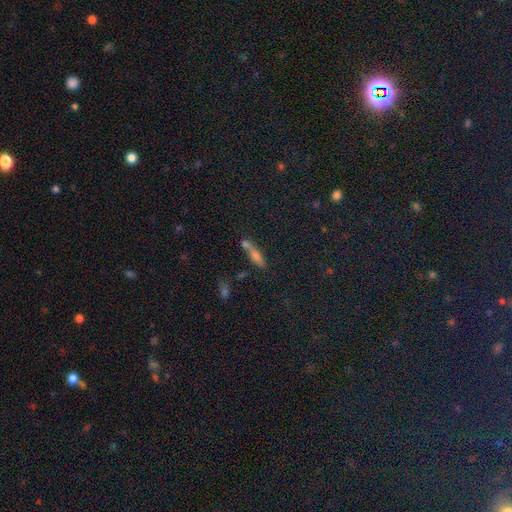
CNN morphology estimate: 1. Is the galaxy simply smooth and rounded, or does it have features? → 59% smooth, 24% featured or disk, 17% star or artifact.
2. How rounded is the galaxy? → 59% cigar-shaped, 36% in between, 6% round.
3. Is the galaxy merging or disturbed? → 44% none, 37% merger, 14% minor disturbance, 6% major disturbance.